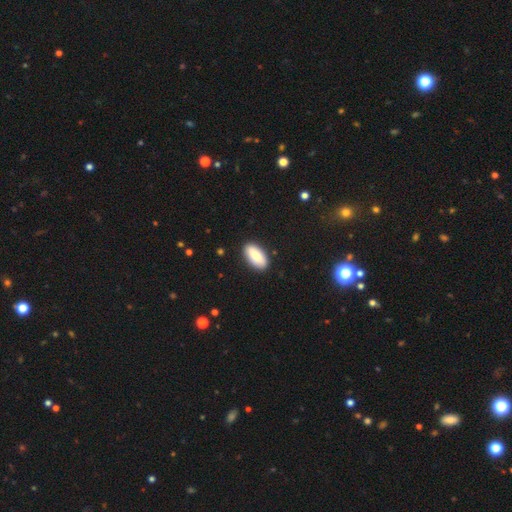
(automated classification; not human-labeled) smooth_or_featured: smooth (p=0.85) [alt: featured or disk p=0.09]
how_rounded: in between (p=0.90) [alt: cigar-shaped p=0.07]
merging: none (p=0.88) [alt: minor disturbance p=0.09]